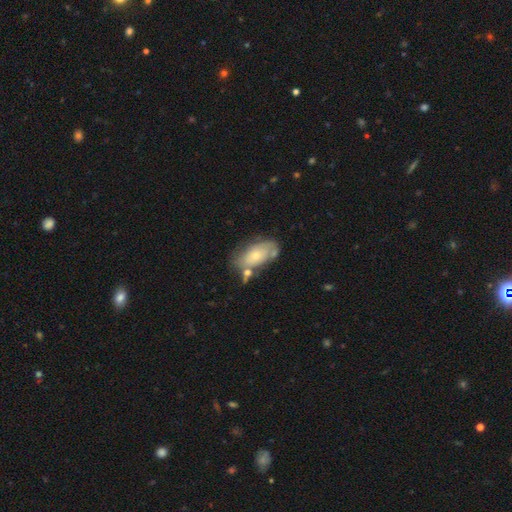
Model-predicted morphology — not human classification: This is possibly a smooth galaxy (52%). How rounded: clearly in between (90%). Merging: possibly none (51%).